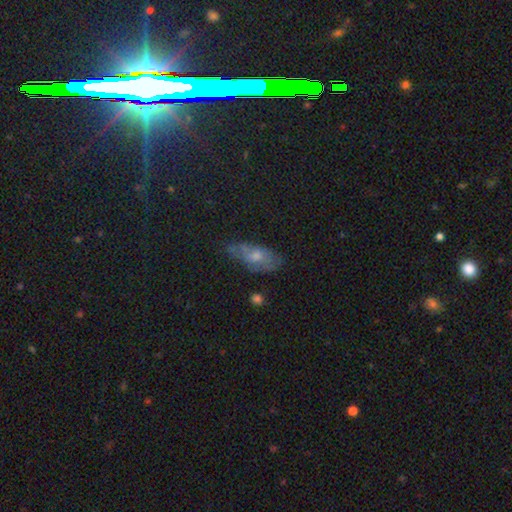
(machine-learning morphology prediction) smooth 48%, featured or disk 33%, star or artifact 19%. Down the decision tree: merging — none (59%).